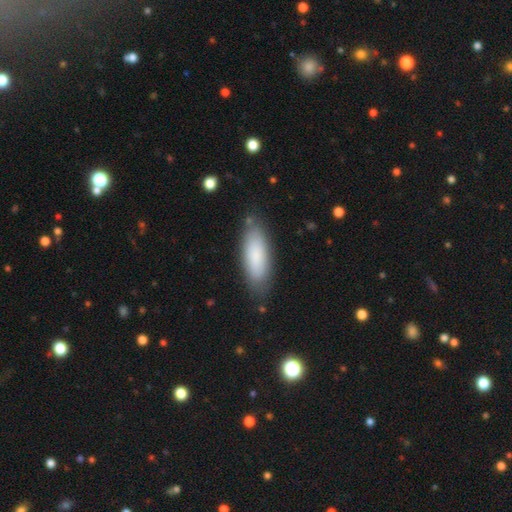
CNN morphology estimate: Smooth or featured: smooth — 83% (featured or disk — 11%)
How rounded: in between — 67% (cigar-shaped — 31%)
Merging: none — 81% (minor disturbance — 13%)